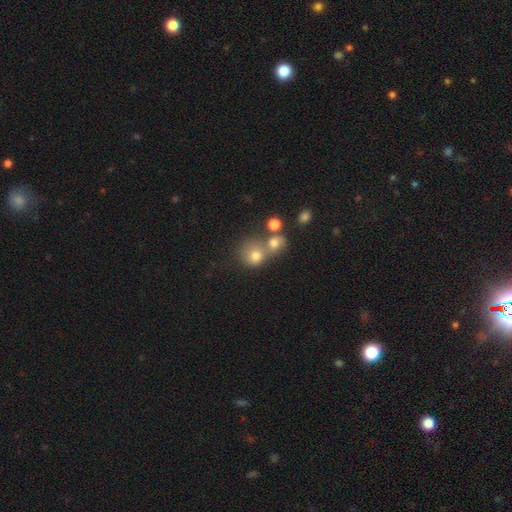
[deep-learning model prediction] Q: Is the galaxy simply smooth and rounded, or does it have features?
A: smooth — 73%.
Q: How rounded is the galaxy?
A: round — 81%.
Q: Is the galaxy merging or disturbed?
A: merger — 47%.